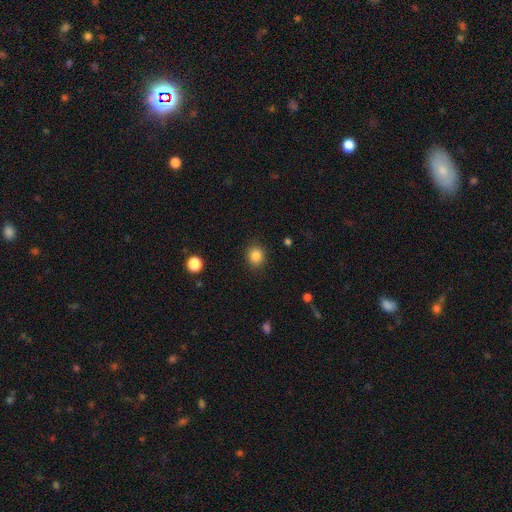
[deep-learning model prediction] A smooth galaxy with no disk features (85%) that is round (79%). Merging: none (89%).